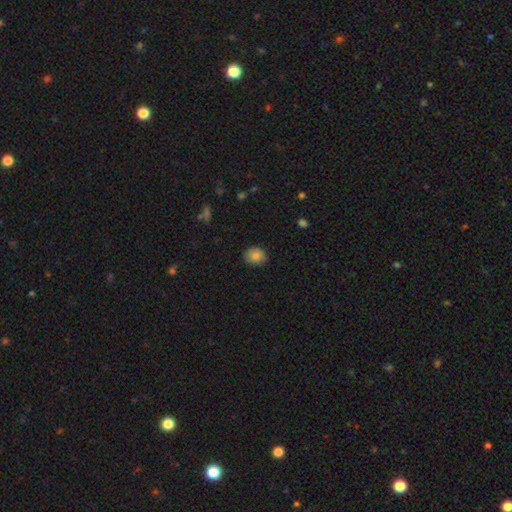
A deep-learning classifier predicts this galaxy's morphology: smooth 79%, featured or disk 12%, star or artifact 9%. Down the decision tree: how rounded — round (61%); merging — none (78%).